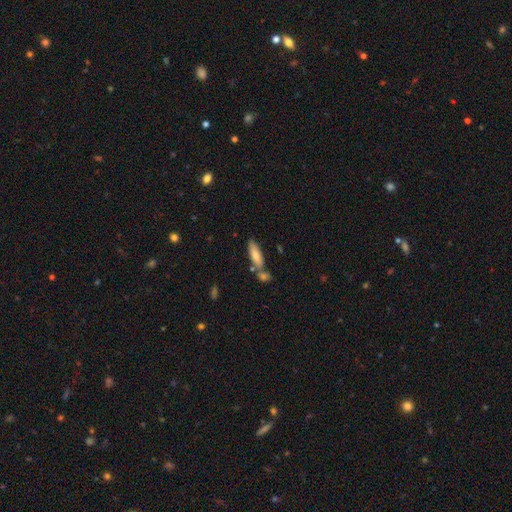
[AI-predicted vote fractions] This appears to be a smooth galaxy with no disk features (77%) that is cigar-shaped (50%). Merging: none (60%).